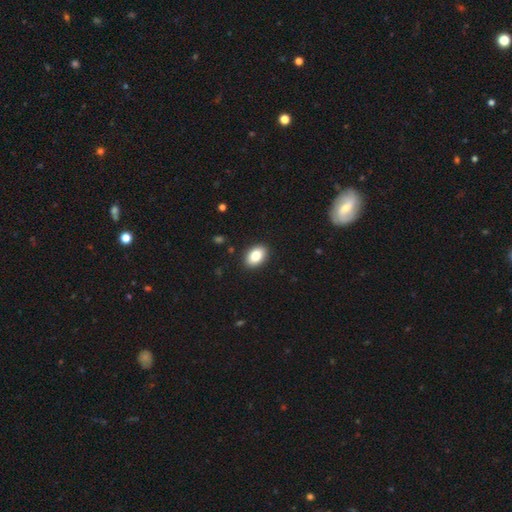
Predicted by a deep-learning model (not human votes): smooth-or-featured: smooth: 86% | star or artifact: 8% | featured or disk: 7%
  how-rounded: in between: 87% | round: 12% | cigar-shaped: 1%
  merging: none: 90% | minor disturbance: 7% | major disturbance: 2% | merger: 1%